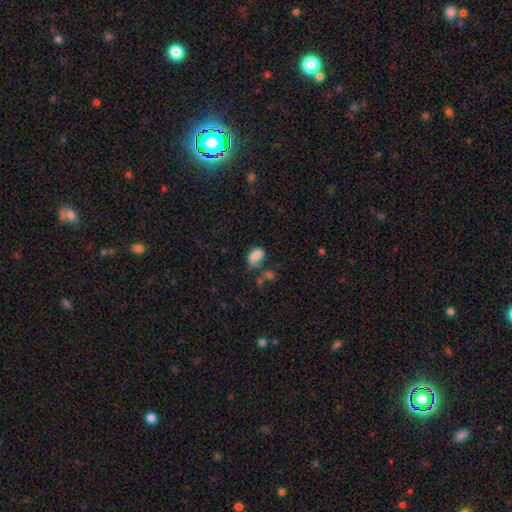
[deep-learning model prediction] A smooth galaxy with no disk features (79%) that is in between round and cigar-shaped (89%). Merging: none (39%).